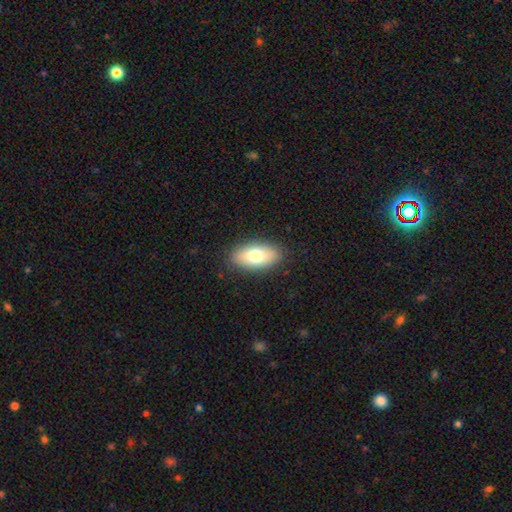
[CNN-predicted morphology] smooth_or_featured: smooth (p=0.73) [alt: featured or disk p=0.19]
how_rounded: in between (p=0.91) [alt: cigar-shaped p=0.05]
merging: none (p=0.88) [alt: minor disturbance p=0.09]